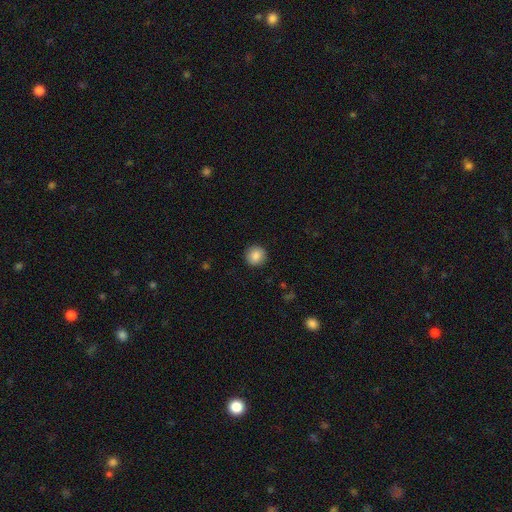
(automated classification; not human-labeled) smooth_or_featured: smooth (p=0.88) [alt: star or artifact p=0.08]
how_rounded: round (p=0.93) [alt: in between p=0.07]
merging: none (p=0.91) [alt: minor disturbance p=0.06]